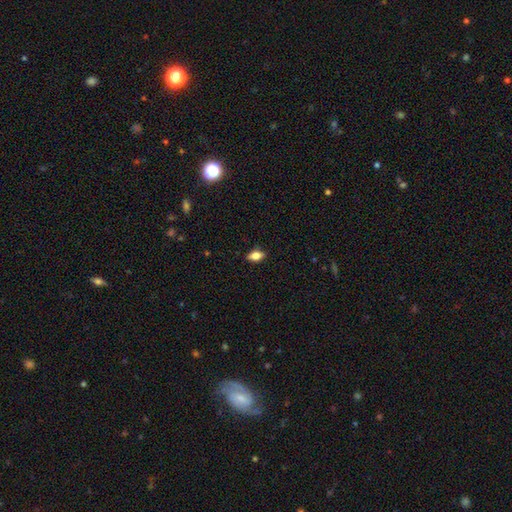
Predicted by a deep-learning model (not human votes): Smooth or featured: smooth — 73% (featured or disk — 18%)
How rounded: in between — 86% (cigar-shaped — 8%)
Merging: none — 86% (minor disturbance — 11%)